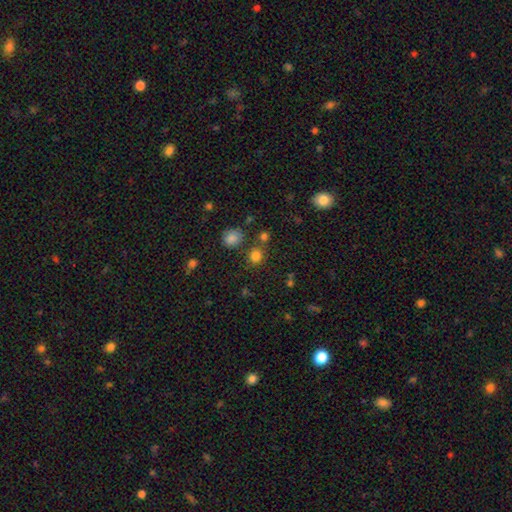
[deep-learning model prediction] Morphology: type=smooth (79%); roundness=round (82%); merging=none (74%).